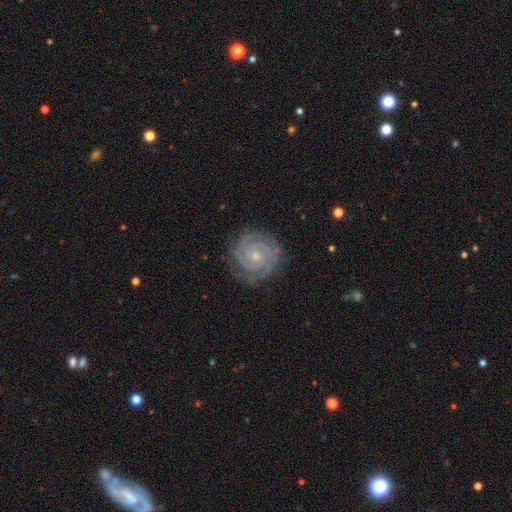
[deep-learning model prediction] The model was most divided on "spiral arm count": 2: 53%, 3: 21%, can't tell: 11%, 4: 6%, more than 4: 4%, 1: 4%. More confident: spiral arms — yes (98%); edge-on disk — no (98%); smooth or featured — featured or disk (89%); spiral winding — tight (83%); merging — none (83%); bar — no (73%); bulge size — small (68%).